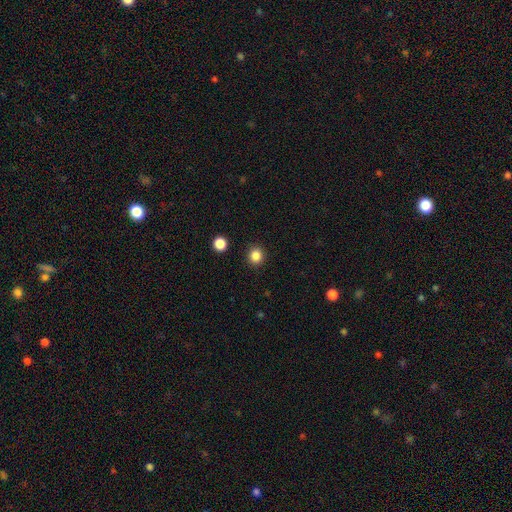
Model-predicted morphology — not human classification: A smooth galaxy with no disk features (85%) that is round (89%).

Vote fractions:
- Smooth or featured? smooth: 85% / star or artifact: 12% / featured or disk: 3%
- How rounded? round: 89% / in between: 10% / cigar-shaped: 1%
- Merging? none: 91% / minor disturbance: 6% / major disturbance: 2% / merger: 2%